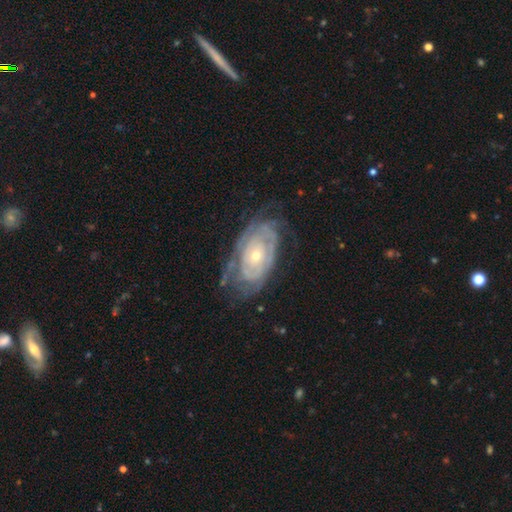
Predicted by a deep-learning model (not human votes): Smooth or featured?
  - featured or disk: 83% *
  - smooth: 12%
  - star or artifact: 6%
Edge-on disk?
  - no: 94% *
  - yes: 6%
Bar?
  - no: 79% *
  - weak: 16%
  - strong: 5%
Spiral arms?
  - yes: 86% *
  - no: 14%
Spiral winding?
  - tight: 77% *
  - medium: 17%
  - loose: 6%
Spiral arm count?
  - can't tell: 52% *
  - 2: 21%
  - 3: 10%
  - 4: 7%
  - more than 4: 5%
  - 1: 5%
Bulge size?
  - small: 63% *
  - moderate: 34%
  - large: 2%
  - none: 1%
  - dominant: 1%
Merging?
  - none: 64% *
  - minor disturbance: 22%
  - major disturbance: 13%
  - merger: 2%